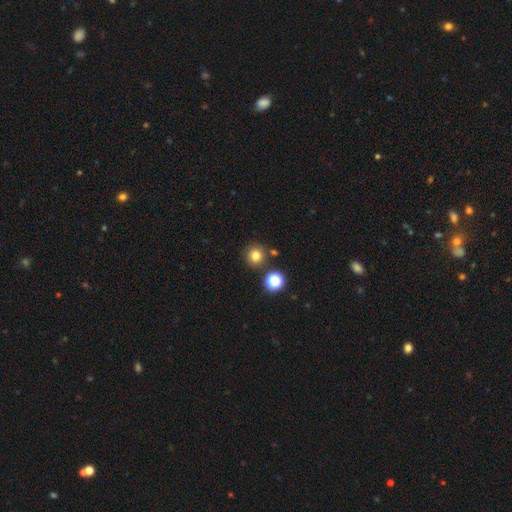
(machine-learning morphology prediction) smooth-or-featured: smooth: 78% | star or artifact: 15% | featured or disk: 7%
  how-rounded: round: 93% | in between: 6% | cigar-shaped: 1%
  merging: none: 83% | minor disturbance: 7% | merger: 7% | major disturbance: 3%